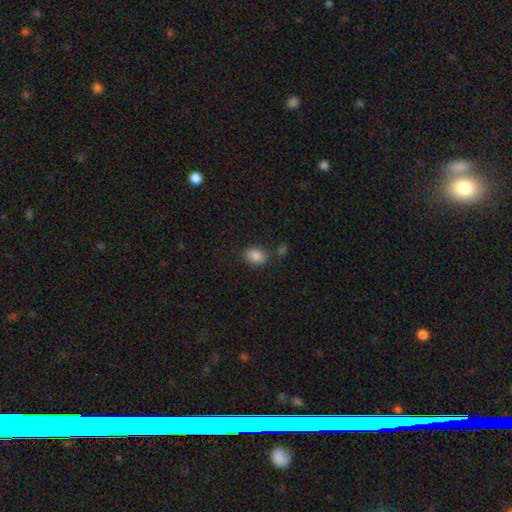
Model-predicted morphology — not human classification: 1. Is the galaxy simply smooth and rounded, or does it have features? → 86% smooth, 9% star or artifact, 5% featured or disk.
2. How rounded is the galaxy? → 68% in between, 31% round, 1% cigar-shaped.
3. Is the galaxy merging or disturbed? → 76% none, 13% minor disturbance, 7% merger, 4% major disturbance.